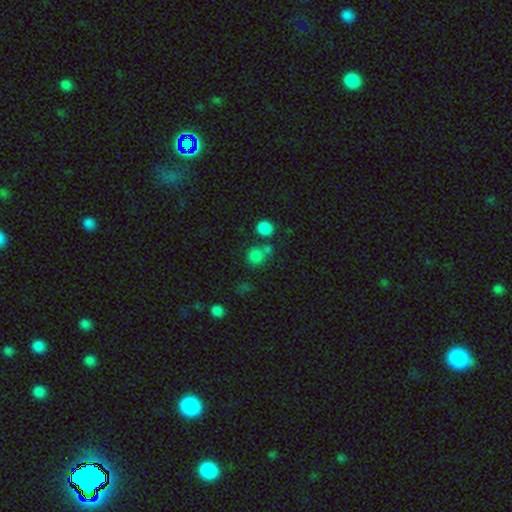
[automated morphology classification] smooth_or_featured: smooth (p=0.79) [alt: star or artifact p=0.15]
how_rounded: round (p=0.83) [alt: in between p=0.16]
merging: none (p=0.58) [alt: merger p=0.28]